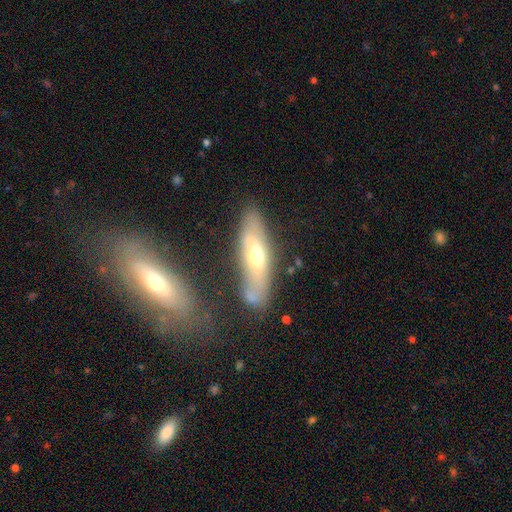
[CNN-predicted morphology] Smooth or featured? Predicted: featured or disk (p=0.52). Edge-on disk? Predicted: no (p=0.51). Merging? Predicted: none (p=0.64).